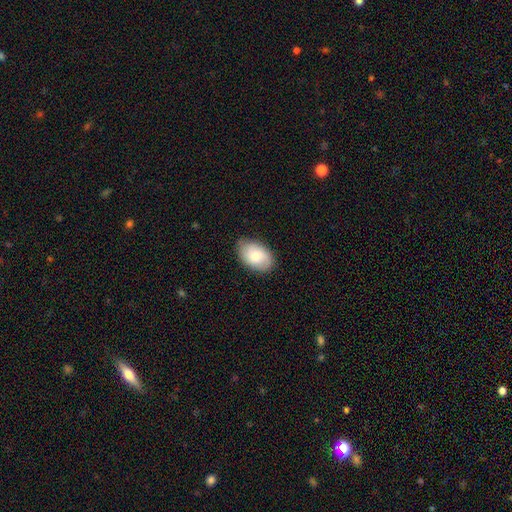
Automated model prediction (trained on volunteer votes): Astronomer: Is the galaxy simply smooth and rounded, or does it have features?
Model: smooth — 73%.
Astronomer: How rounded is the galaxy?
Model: in between — 89%.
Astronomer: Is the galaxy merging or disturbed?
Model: none — 80%.